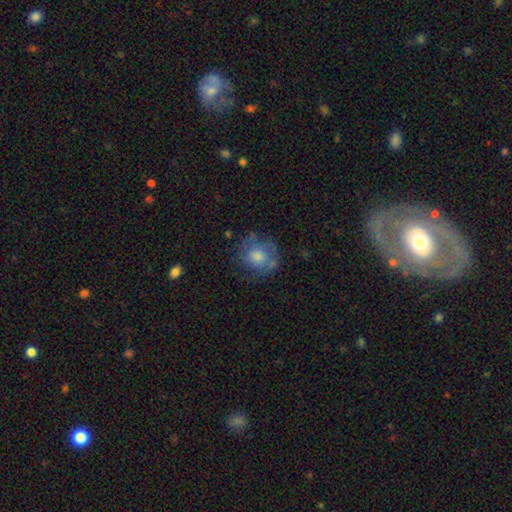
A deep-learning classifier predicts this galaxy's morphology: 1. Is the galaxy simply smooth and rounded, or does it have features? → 59% smooth, 30% featured or disk, 11% star or artifact.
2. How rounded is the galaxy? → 83% round, 16% in between, 1% cigar-shaped.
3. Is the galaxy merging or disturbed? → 65% none, 21% minor disturbance, 11% major disturbance, 3% merger.